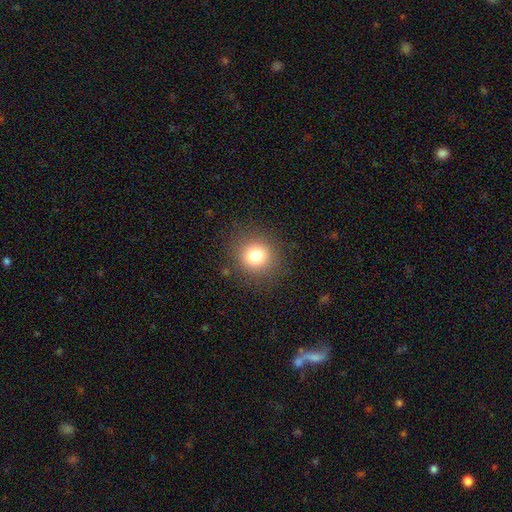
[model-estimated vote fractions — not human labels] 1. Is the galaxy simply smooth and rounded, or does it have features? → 79% smooth, 13% star or artifact, 8% featured or disk.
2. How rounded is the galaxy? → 90% round, 9% in between, 1% cigar-shaped.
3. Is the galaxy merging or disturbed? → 87% none, 8% minor disturbance, 4% major disturbance, 1% merger.